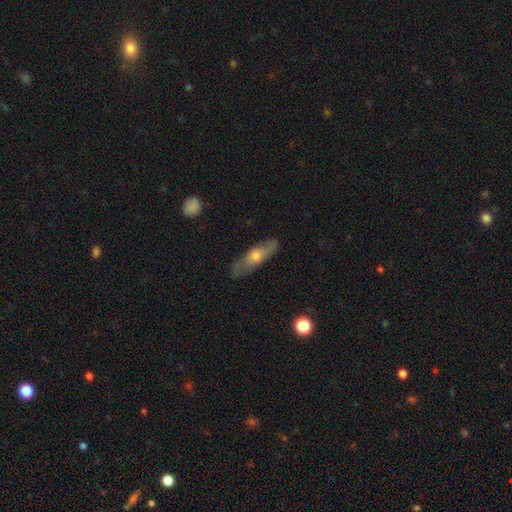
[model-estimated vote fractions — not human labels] Q: Smooth or featured?
A: featured or disk (53%); runner-up: smooth (40%)
Q: Edge-on disk?
A: yes (52%); runner-up: no (48%)
Q: Merging?
A: none (79%); runner-up: minor disturbance (16%)